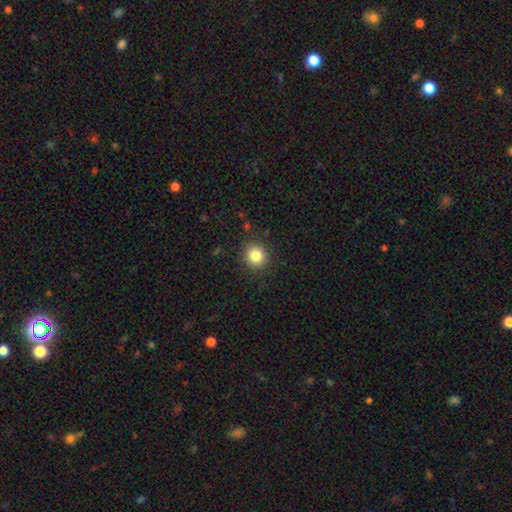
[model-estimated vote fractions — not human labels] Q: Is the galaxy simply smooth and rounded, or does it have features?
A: smooth — 83%.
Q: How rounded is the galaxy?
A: round — 92%.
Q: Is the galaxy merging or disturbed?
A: none — 89%.